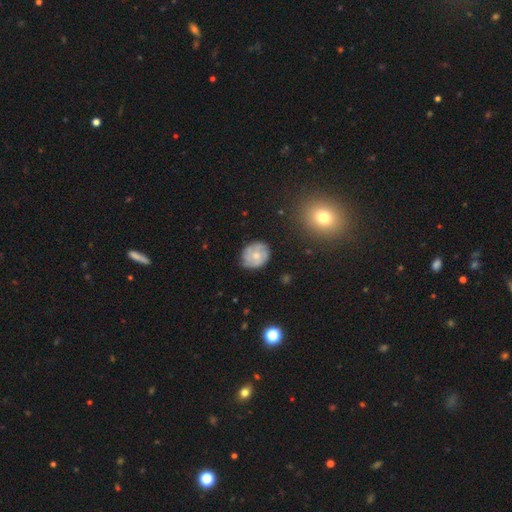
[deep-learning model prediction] smooth_or_featured: featured or disk (p=0.50) [alt: smooth p=0.42]
disk_edge_on: no (p=0.97) [alt: yes p=0.03]
merging: none (p=0.73) [alt: minor disturbance p=0.21]